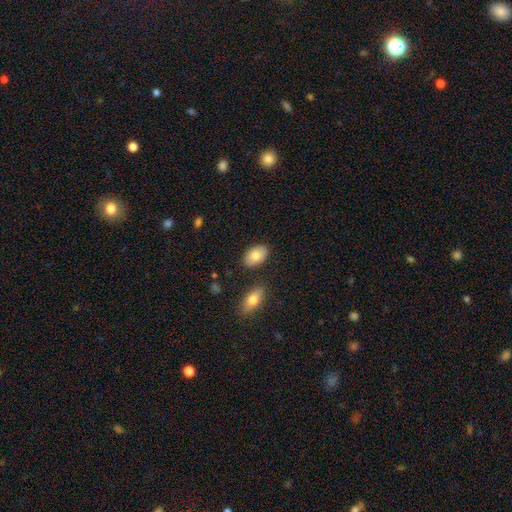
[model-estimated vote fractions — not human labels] Smooth or featured?
  - smooth: 81% *
  - featured or disk: 13%
  - star or artifact: 6%
How rounded?
  - in between: 91% *
  - round: 7%
  - cigar-shaped: 1%
Merging?
  - none: 83% *
  - minor disturbance: 10%
  - merger: 5%
  - major disturbance: 2%